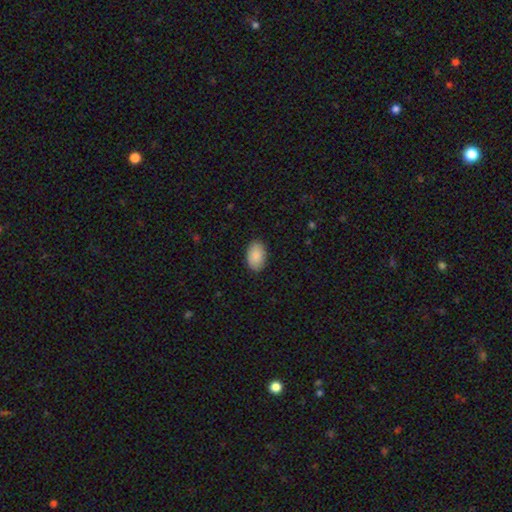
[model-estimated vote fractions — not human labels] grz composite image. It shows a smooth galaxy with no disk features (90%) that is in between round and cigar-shaped (91%). Merging: none (88%).